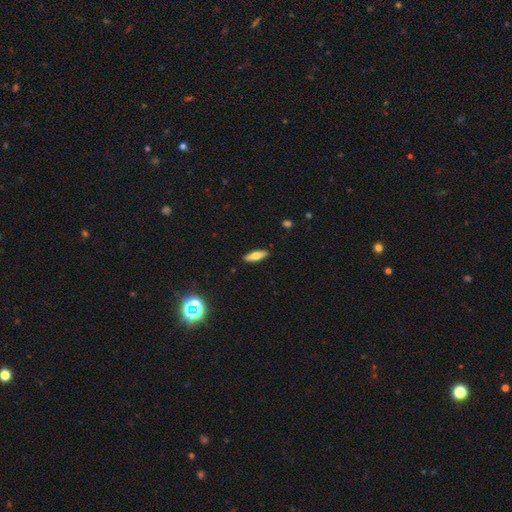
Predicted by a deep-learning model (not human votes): Morphology: type=smooth (63%); roundness=cigar-shaped (53%); merging=none (90%).